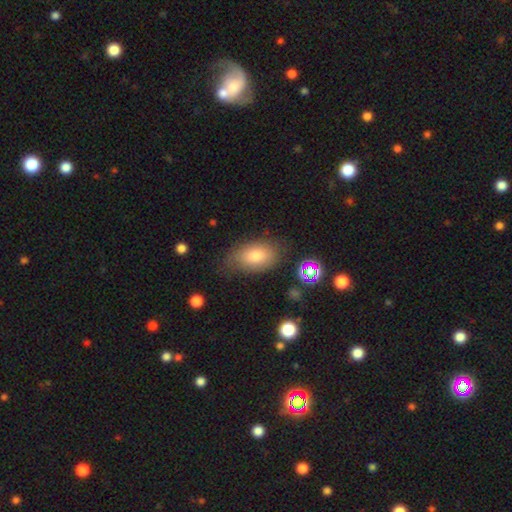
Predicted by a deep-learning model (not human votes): Overall: smooth (75%). How rounded: in between (90%). Merging: none (71%).